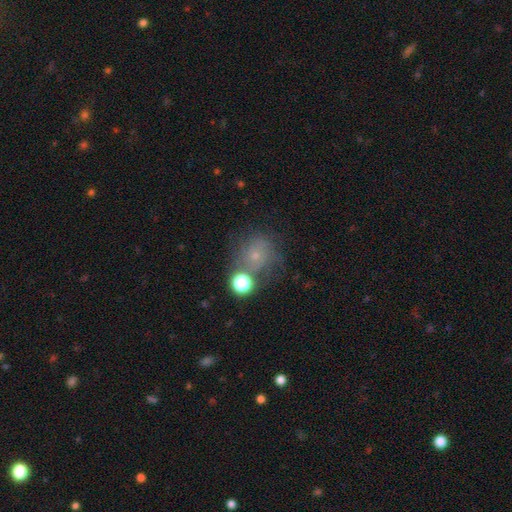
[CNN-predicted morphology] type=smooth (48%); merging=none (56%).